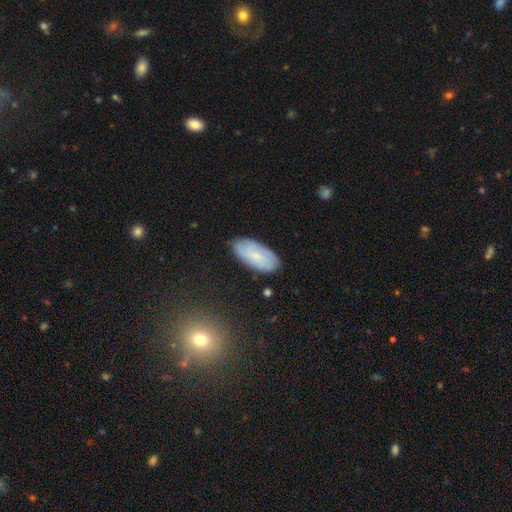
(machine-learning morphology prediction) smooth_or_featured: smooth (p=0.60) [alt: featured or disk p=0.32]
how_rounded: in between (p=0.90) [alt: cigar-shaped p=0.07]
merging: none (p=0.82) [alt: minor disturbance p=0.14]